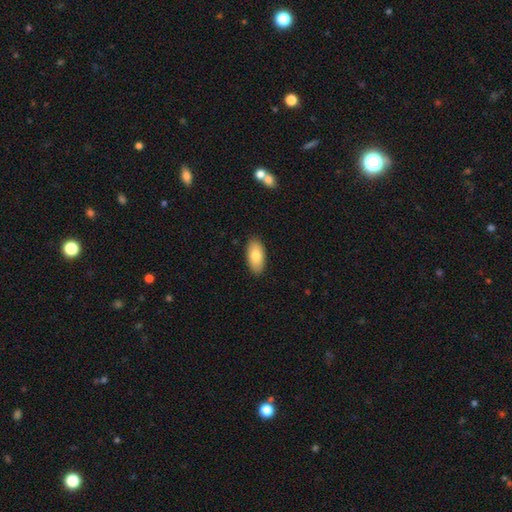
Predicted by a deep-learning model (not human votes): smooth_or_featured: smooth (p=0.82) [alt: featured or disk p=0.12]
how_rounded: in between (p=0.93) [alt: cigar-shaped p=0.05]
merging: none (p=0.89) [alt: minor disturbance p=0.09]